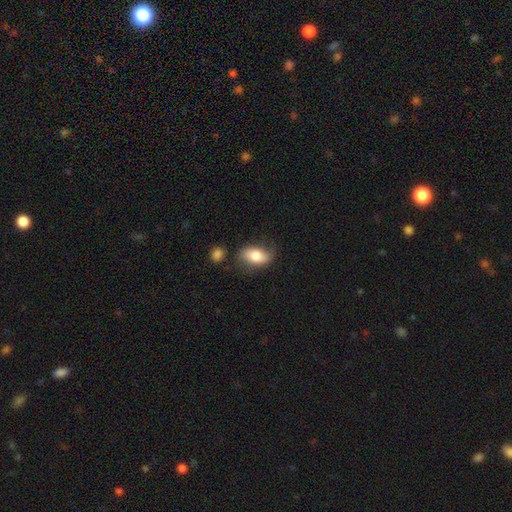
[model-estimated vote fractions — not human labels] This is likely a smooth galaxy (72%). How rounded: clearly in between (88%). Merging: likely none (67%).